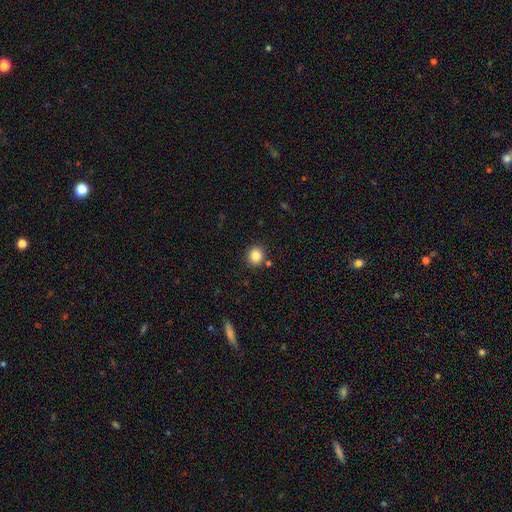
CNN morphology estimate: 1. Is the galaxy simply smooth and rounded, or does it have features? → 85% smooth, 10% star or artifact, 5% featured or disk.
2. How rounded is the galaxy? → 85% round, 14% in between, 1% cigar-shaped.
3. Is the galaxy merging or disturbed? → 86% none, 7% minor disturbance, 4% merger, 2% major disturbance.